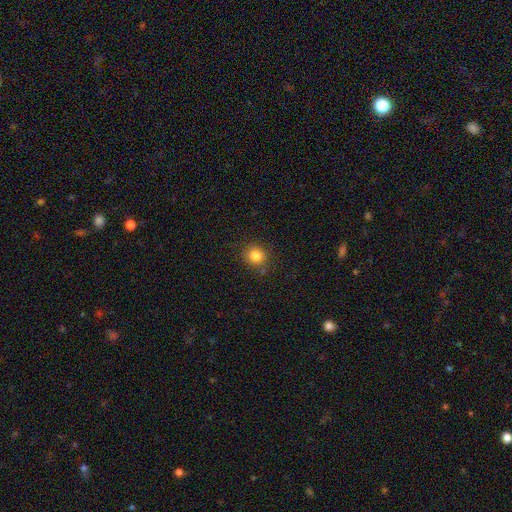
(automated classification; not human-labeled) Smooth or featured? Predicted: smooth (p=0.82). How rounded? Predicted: round (p=0.86). Merging? Predicted: none (p=0.85).